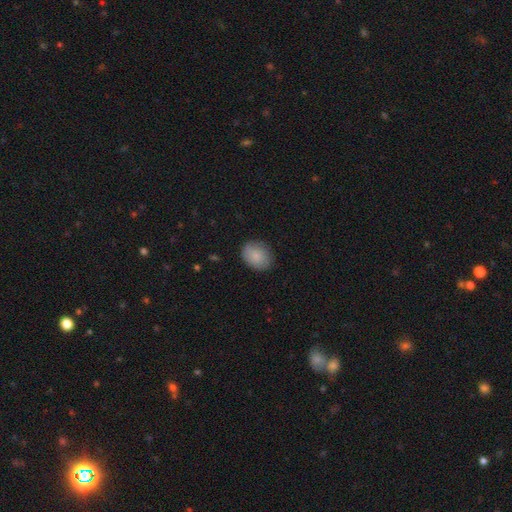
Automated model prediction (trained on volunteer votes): Smooth or featured? smooth (84%)
How rounded? in between (51%)
Merging? none (81%)